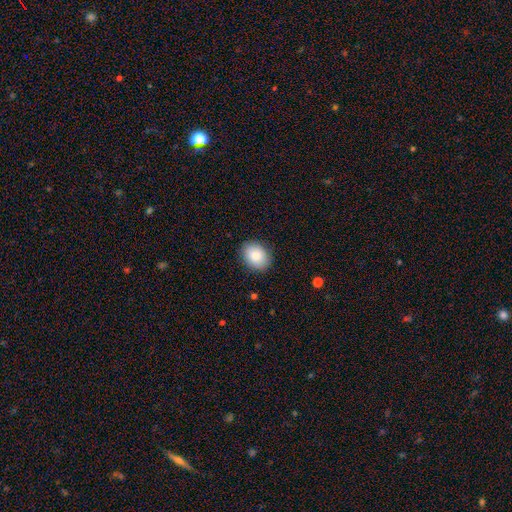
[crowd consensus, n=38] Smooth or featured?
  - smooth: 84% *
  - featured or disk: 8%
  - star or artifact: 8%
How rounded?
  - round: 50% * (tied)
  - in between: 50% * (tied)
  - cigar-shaped: 0%
Merging?
  - none: 86% *
  - minor disturbance: 11%
  - merger: 3%
  - major disturbance: 0%